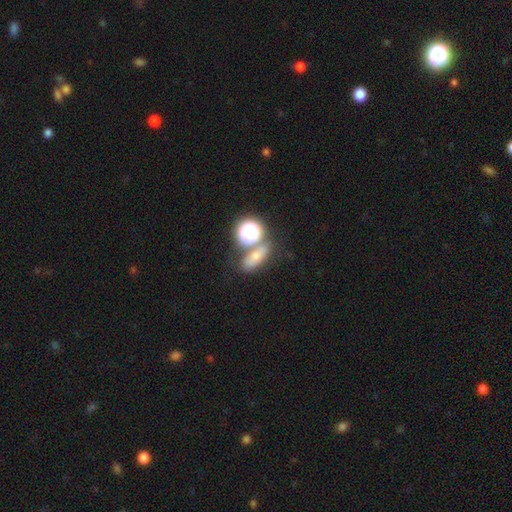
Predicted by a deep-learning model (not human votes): Smooth or featured?
  - smooth: 60% *
  - star or artifact: 23%
  - featured or disk: 17%
How rounded?
  - in between: 55% *
  - round: 34%
  - cigar-shaped: 11%
Merging?
  - none: 60% *
  - merger: 22%
  - minor disturbance: 13%
  - major disturbance: 6%